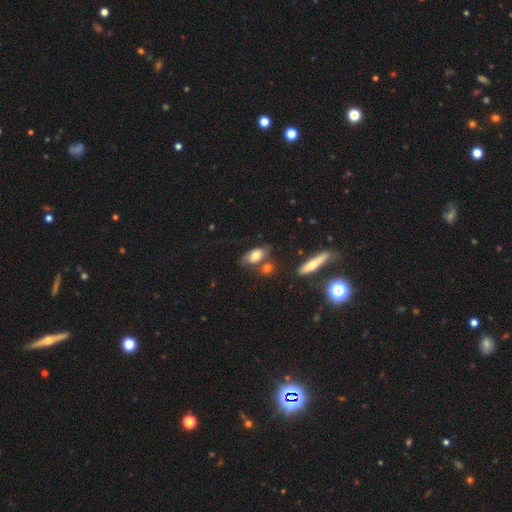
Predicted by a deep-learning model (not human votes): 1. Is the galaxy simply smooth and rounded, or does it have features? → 67% smooth, 24% featured or disk, 9% star or artifact.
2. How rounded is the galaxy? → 84% in between, 8% cigar-shaped, 7% round.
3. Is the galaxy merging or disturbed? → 56% none, 21% minor disturbance, 16% merger, 7% major disturbance.